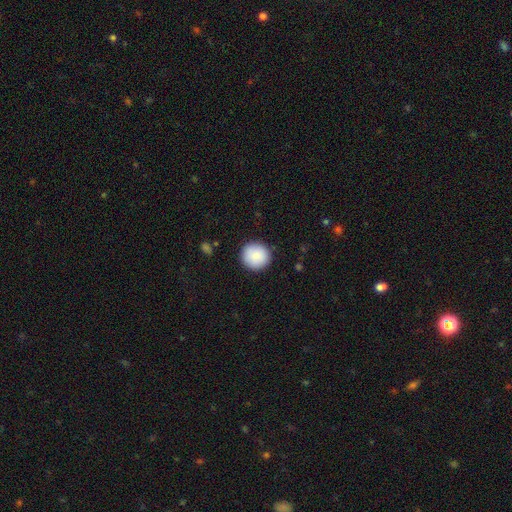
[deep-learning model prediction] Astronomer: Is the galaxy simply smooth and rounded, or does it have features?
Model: smooth — 85%.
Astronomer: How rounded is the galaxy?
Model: round — 94%.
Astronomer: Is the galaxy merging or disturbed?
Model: none — 90%.